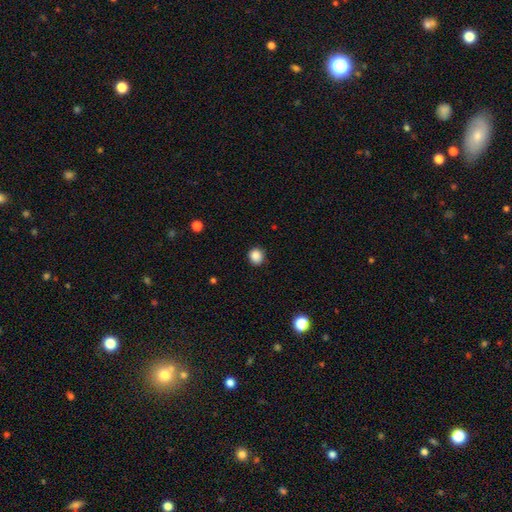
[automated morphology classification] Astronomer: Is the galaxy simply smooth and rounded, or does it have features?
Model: smooth — 87%.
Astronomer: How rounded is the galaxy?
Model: round — 87%.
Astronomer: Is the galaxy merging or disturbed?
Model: none — 89%.